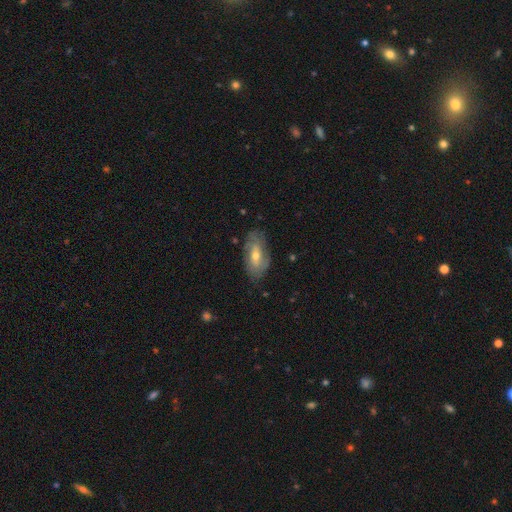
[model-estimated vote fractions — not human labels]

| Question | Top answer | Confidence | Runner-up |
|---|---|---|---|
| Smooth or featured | featured or disk | 57% | smooth (36%) |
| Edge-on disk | no | 88% | yes (12%) |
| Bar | no | 48% | weak (38%) |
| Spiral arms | yes | 69% | no (31%) |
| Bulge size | moderate | 58% | small (37%) |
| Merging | none | 72% | minor disturbance (20%) |